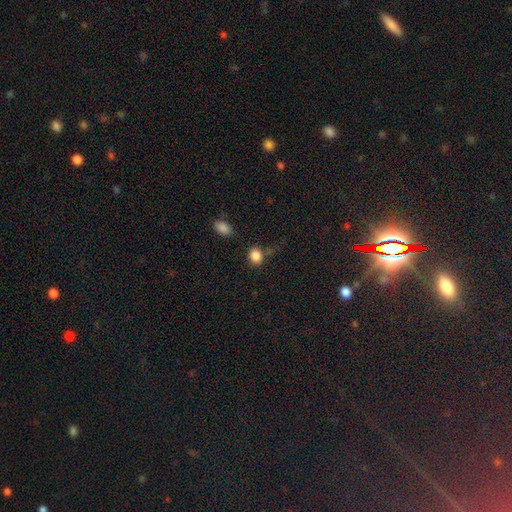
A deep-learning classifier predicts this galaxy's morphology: Smooth or featured? Predicted: smooth (p=0.86). How rounded? Predicted: round (p=0.55). Merging? Predicted: none (p=0.74).